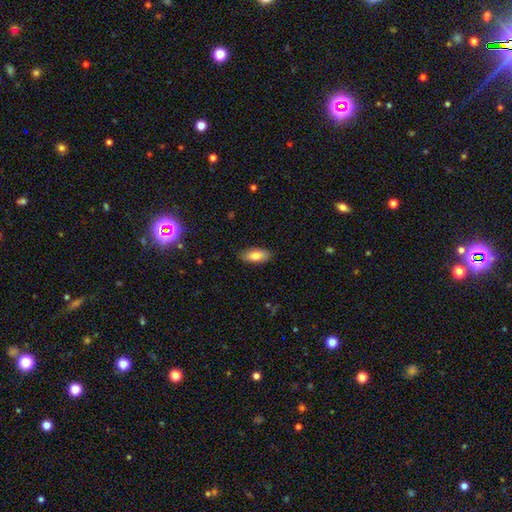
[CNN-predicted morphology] smooth 79%, featured or disk 14%, star or artifact 7%. Down the decision tree: how rounded — in between (86%); merging — none (87%).